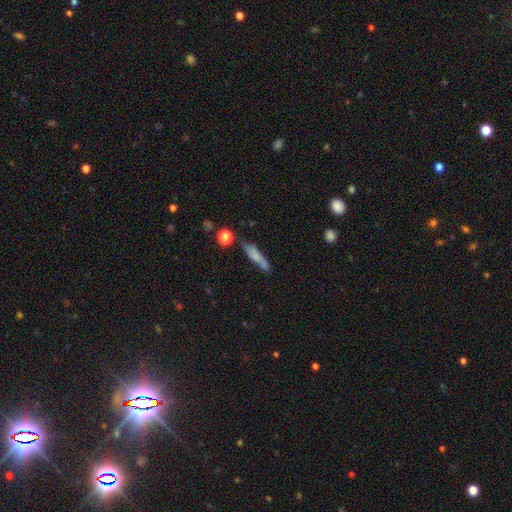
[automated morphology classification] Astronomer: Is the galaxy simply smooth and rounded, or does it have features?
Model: smooth — 69%.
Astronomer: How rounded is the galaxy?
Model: cigar-shaped — 82%.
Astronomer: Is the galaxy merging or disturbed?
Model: none — 66%.